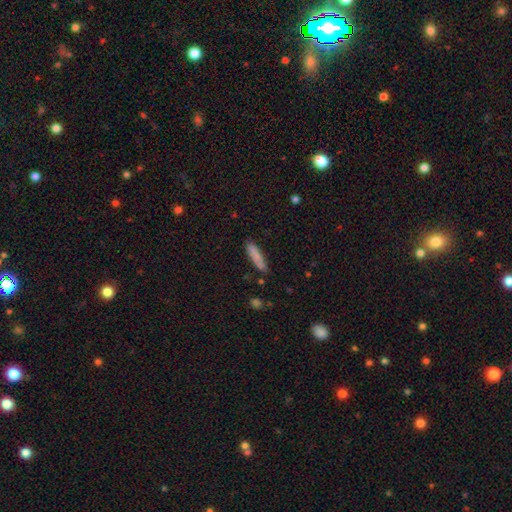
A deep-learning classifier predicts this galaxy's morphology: smooth-or-featured: smooth: 82% | featured or disk: 11% | star or artifact: 7%
  how-rounded: cigar-shaped: 79% | in between: 20% | round: 2%
  merging: none: 81% | minor disturbance: 14% | major disturbance: 2% | merger: 2%